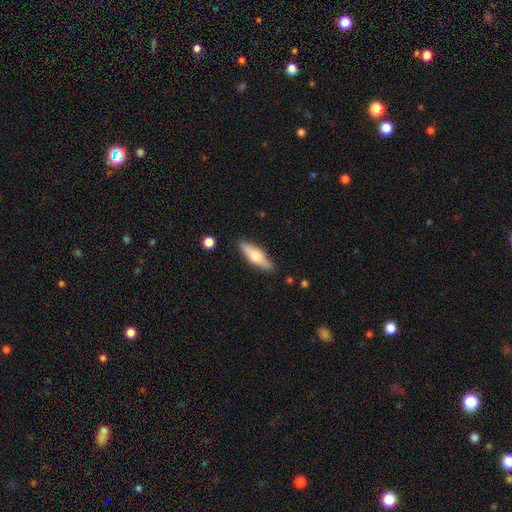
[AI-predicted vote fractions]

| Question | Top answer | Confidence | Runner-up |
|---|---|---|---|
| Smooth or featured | smooth | 52% | featured or disk (42%) |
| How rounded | cigar-shaped | 51% | in between (46%) |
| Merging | none | 87% | minor disturbance (9%) |